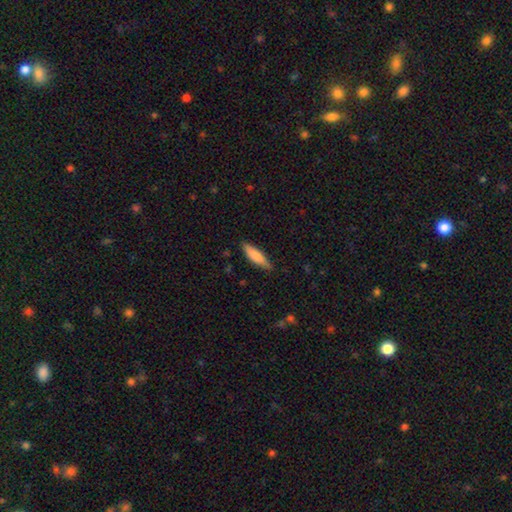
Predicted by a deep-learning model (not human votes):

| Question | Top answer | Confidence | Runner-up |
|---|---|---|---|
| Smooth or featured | smooth | 81% | featured or disk (13%) |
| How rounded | cigar-shaped | 60% | in between (39%) |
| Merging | none | 81% | minor disturbance (15%) |